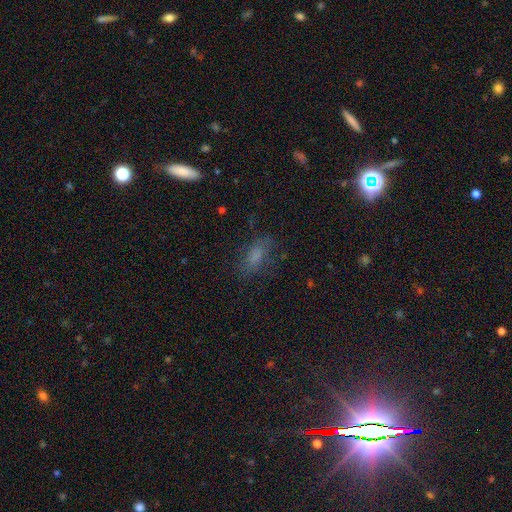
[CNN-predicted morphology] The model was most divided on "smooth or featured": smooth: 67%, star or artifact: 18%, featured or disk: 15%. More confident: how rounded — in between (78%); merging — none (69%).